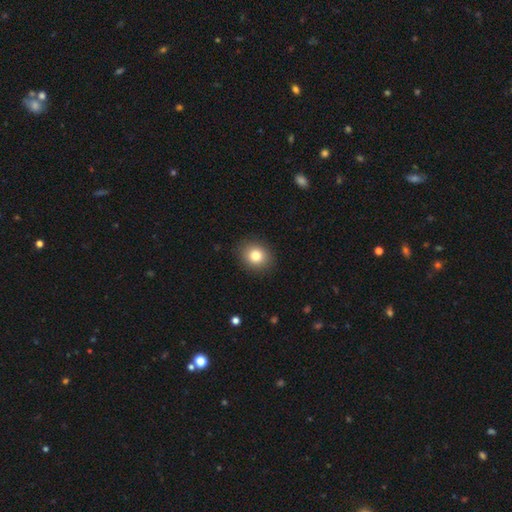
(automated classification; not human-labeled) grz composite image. It shows a smooth galaxy with no disk features (82%) that is round (69%). Merging: none (89%).